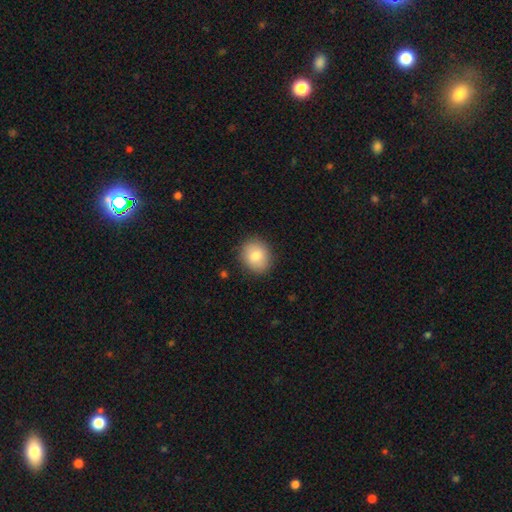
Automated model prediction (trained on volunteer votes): The model was most divided on "how rounded": round: 67%, in between: 32%, cigar-shaped: 1%. More confident: merging — none (86%); smooth or featured — smooth (83%).